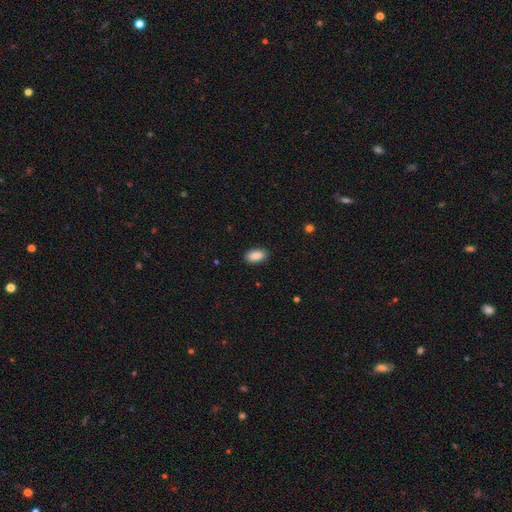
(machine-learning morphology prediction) Smooth or featured?
  - smooth: 90% *
  - star or artifact: 7%
  - featured or disk: 3%
How rounded?
  - in between: 93% *
  - round: 4%
  - cigar-shaped: 2%
Merging?
  - none: 87% *
  - minor disturbance: 10%
  - major disturbance: 2%
  - merger: 1%